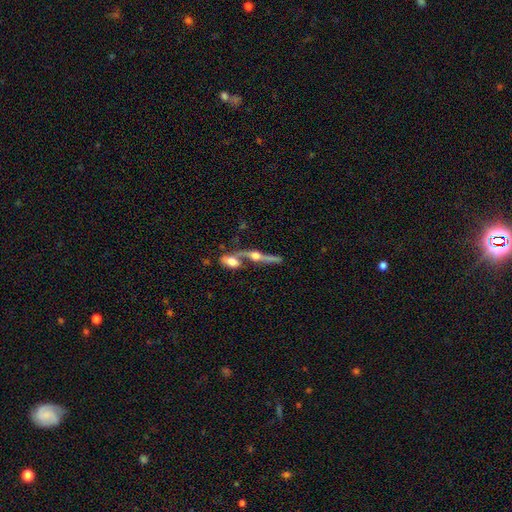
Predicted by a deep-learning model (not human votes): A featured or disk galaxy (72%) viewed edge-on (86%) with a rounded central bulge (94%).

Vote fractions:
- Smooth or featured? featured or disk: 72% / smooth: 19% / star or artifact: 9%
- Edge-on disk? yes: 86% / no: 14%
- Edge-on bulge? rounded: 94% / boxy: 3% / none: 3%
- Merging? merger: 47% / none: 39% / minor disturbance: 9% / major disturbance: 6%